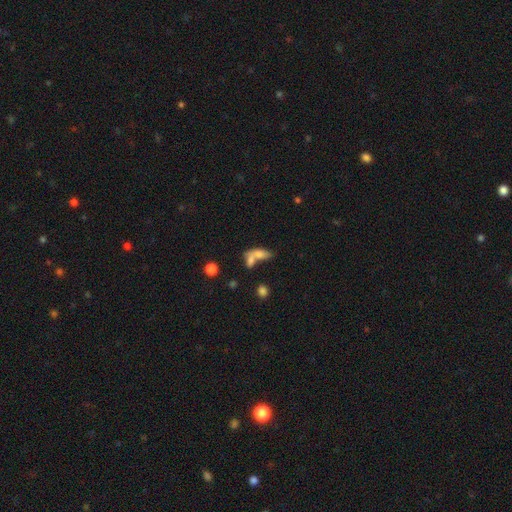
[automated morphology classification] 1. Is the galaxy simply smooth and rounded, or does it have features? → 69% smooth, 20% featured or disk, 11% star or artifact.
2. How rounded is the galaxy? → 71% in between, 22% cigar-shaped, 7% round.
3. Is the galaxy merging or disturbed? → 56% merger, 27% none, 10% minor disturbance, 8% major disturbance.